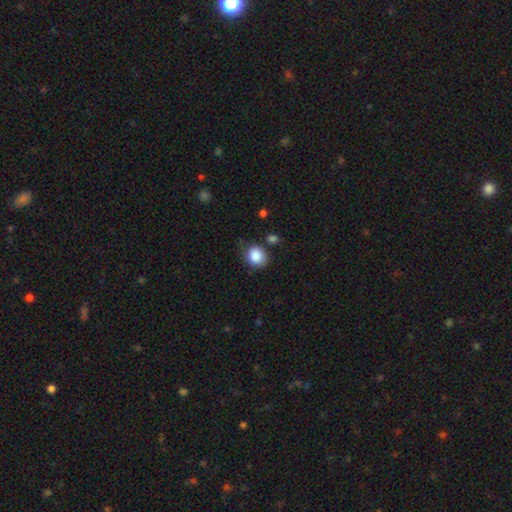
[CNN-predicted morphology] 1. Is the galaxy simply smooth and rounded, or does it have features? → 87% smooth, 8% star or artifact, 5% featured or disk.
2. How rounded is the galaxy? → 67% round, 32% in between, 1% cigar-shaped.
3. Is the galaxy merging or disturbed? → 69% none, 20% minor disturbance, 6% major disturbance, 5% merger.